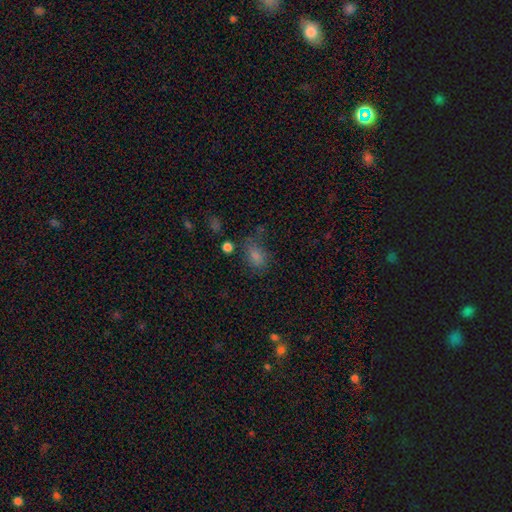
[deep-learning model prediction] Smooth or featured? Predicted: smooth (p=0.76). How rounded? Predicted: in between (p=0.75). Merging? Predicted: none (p=0.56).